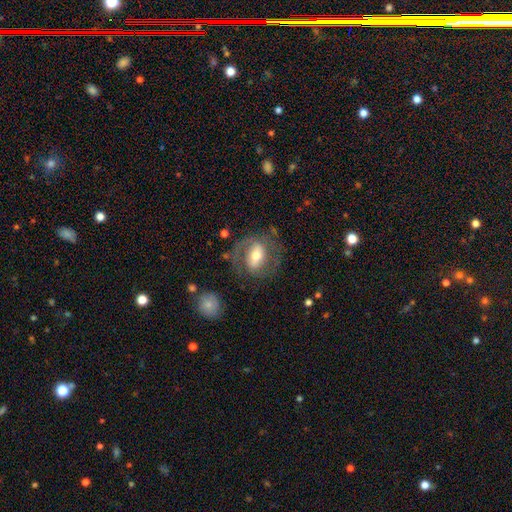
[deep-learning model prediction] A featured or disk galaxy (67%) with a strong bar (40%), spiral arms (76%) and a moderate central bulge (61%). Merging: none (64%).